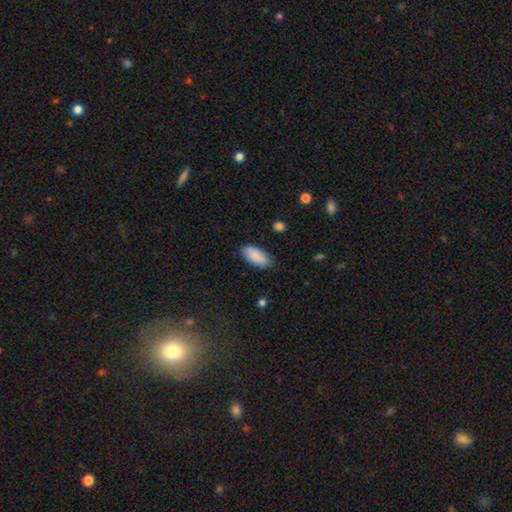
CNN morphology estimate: A smooth galaxy with no disk features (89%) that is in between round and cigar-shaped (89%). Merging: none (83%).